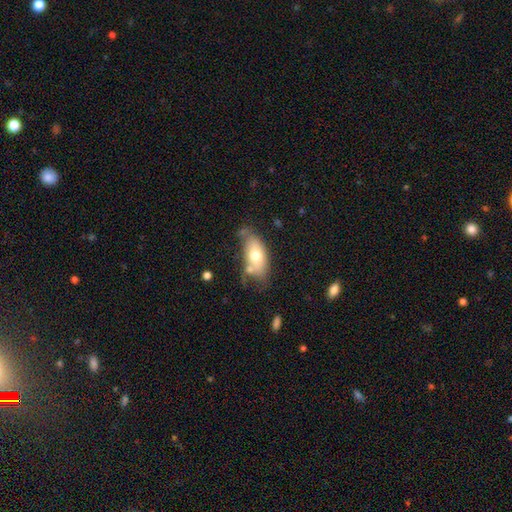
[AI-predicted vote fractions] Smooth or featured? smooth (66%)
How rounded? in between (89%)
Merging? none (51%)